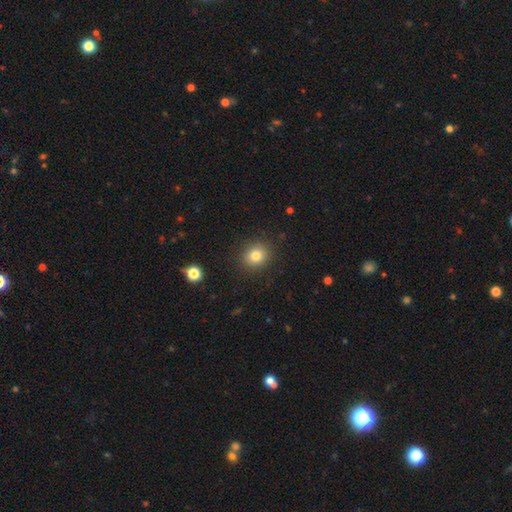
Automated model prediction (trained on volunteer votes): The model was most divided on "how rounded": round: 80%, in between: 20%, cigar-shaped: 1%. More confident: merging — none (89%); smooth or featured — smooth (80%).